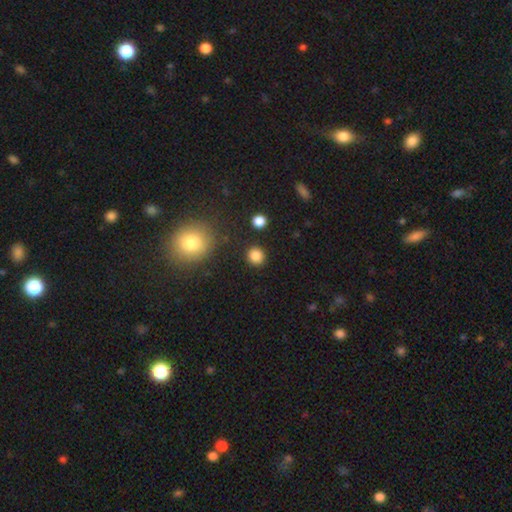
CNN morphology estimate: A smooth galaxy with no disk features (85%) that is round (88%).

Vote fractions:
- Smooth or featured? smooth: 85% / star or artifact: 11% / featured or disk: 4%
- How rounded? round: 88% / in between: 11% / cigar-shaped: 1%
- Merging? none: 89% / minor disturbance: 6% / major disturbance: 3% / merger: 2%